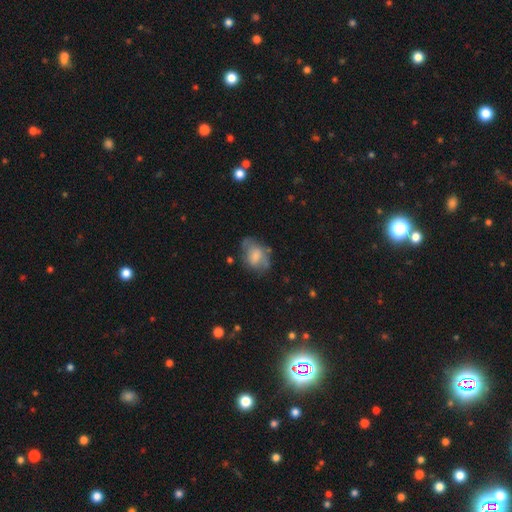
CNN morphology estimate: Smooth or featured? smooth (60%)
How rounded? in between (75%)
Merging? none (48%)